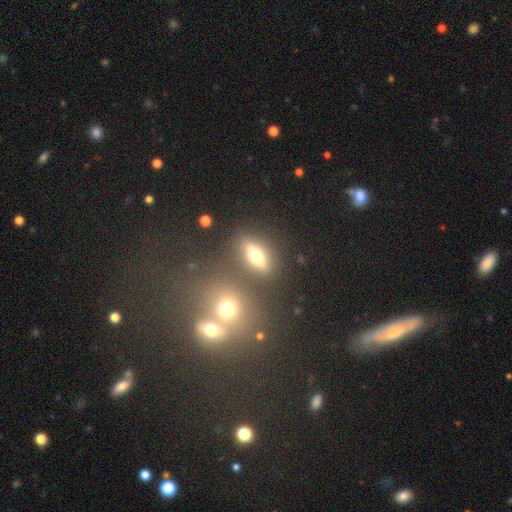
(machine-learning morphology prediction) smooth 49%, featured or disk 38%, star or artifact 13%. Down the decision tree: merging — none (80%).